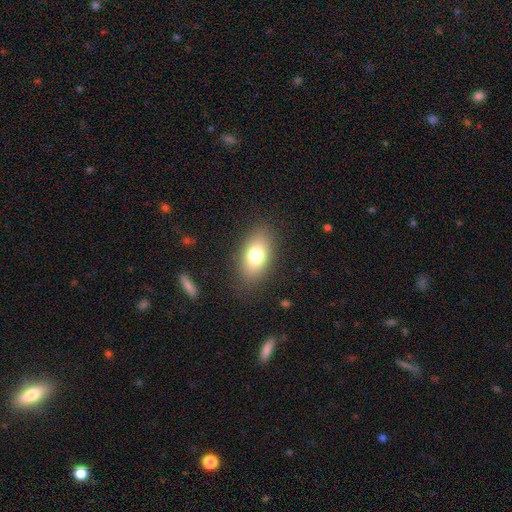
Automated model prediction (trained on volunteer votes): Smooth or featured? Predicted: smooth (p=0.75). How rounded? Predicted: in between (p=0.88). Merging? Predicted: none (p=0.84).